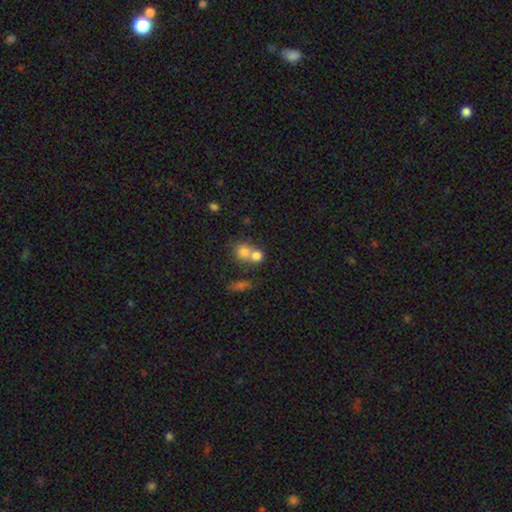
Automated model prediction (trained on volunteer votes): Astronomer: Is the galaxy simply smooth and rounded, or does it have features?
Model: smooth — 77%.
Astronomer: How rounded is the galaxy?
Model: round — 73%.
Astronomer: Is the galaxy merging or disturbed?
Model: merger — 58%.